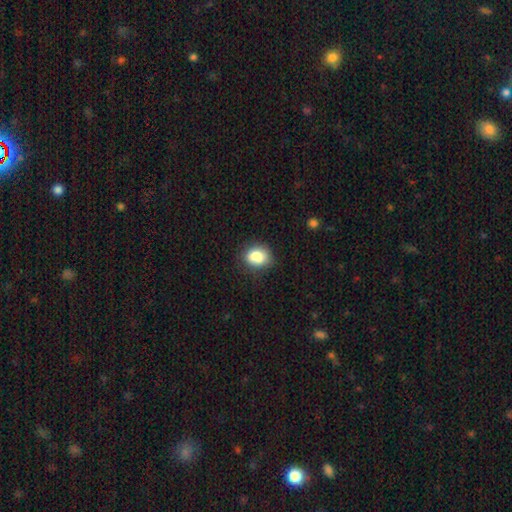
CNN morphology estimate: smooth 80%, featured or disk 10%, star or artifact 10%. Down the decision tree: how rounded — in between (50%); merging — none (59%).